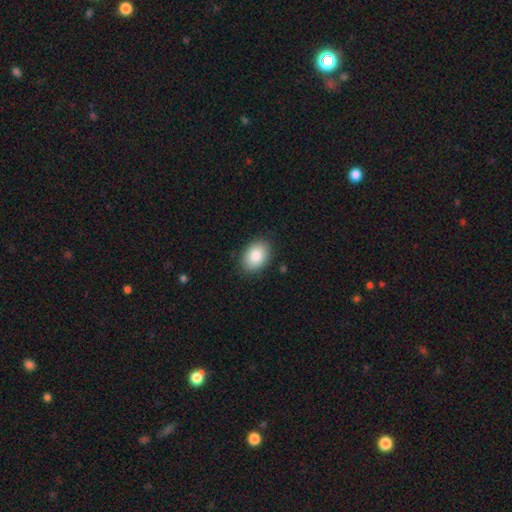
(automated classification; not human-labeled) The model was most divided on "how rounded": in between: 79%, round: 20%, cigar-shaped: 1%. More confident: merging — none (87%); smooth or featured — smooth (85%).